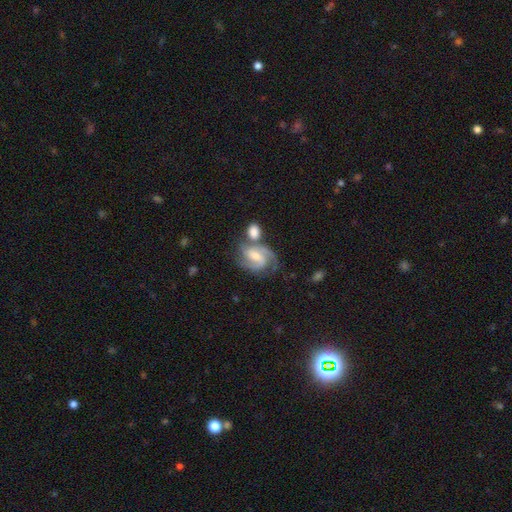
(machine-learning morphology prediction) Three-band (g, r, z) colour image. It shows a featured or disk galaxy (85%) with a weak bar (49%), 2 (71%) medium (52%) spiral arms (97%) and a moderate central bulge (45%). Merging: none (56%).